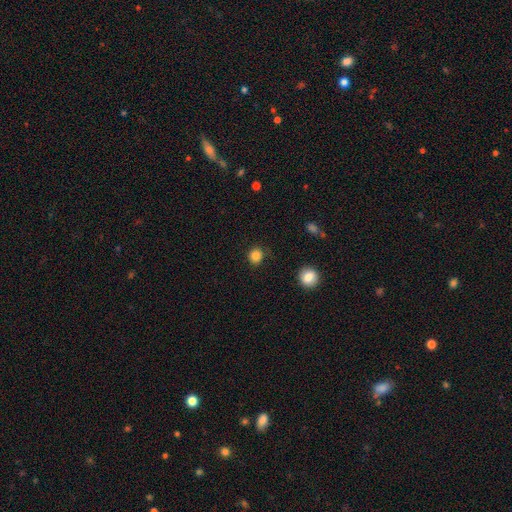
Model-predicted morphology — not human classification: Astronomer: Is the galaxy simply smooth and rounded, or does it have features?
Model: smooth — 85%.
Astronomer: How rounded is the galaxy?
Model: round — 88%.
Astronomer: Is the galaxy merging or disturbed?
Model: none — 86%.